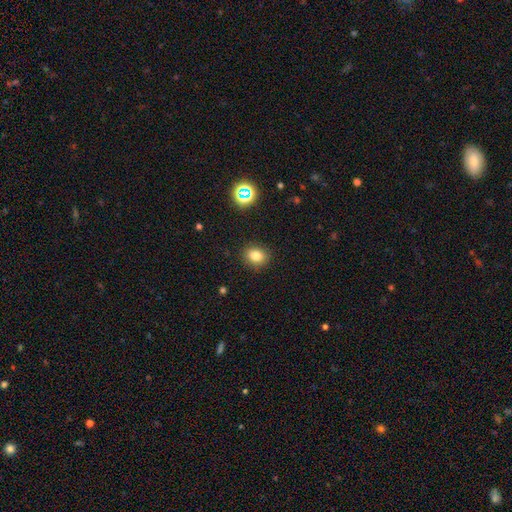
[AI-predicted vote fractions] smooth_or_featured: smooth (p=0.80) [alt: star or artifact p=0.13]
how_rounded: round (p=0.59) [alt: in between p=0.40]
merging: none (p=0.89) [alt: minor disturbance p=0.08]